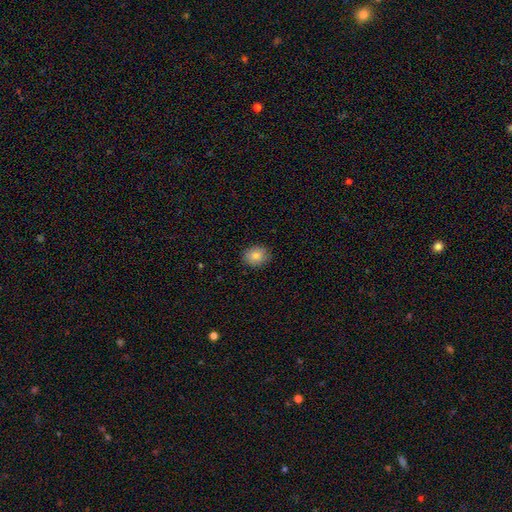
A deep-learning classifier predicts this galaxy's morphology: type=smooth (85%); roundness=round (60%); merging=none (88%).